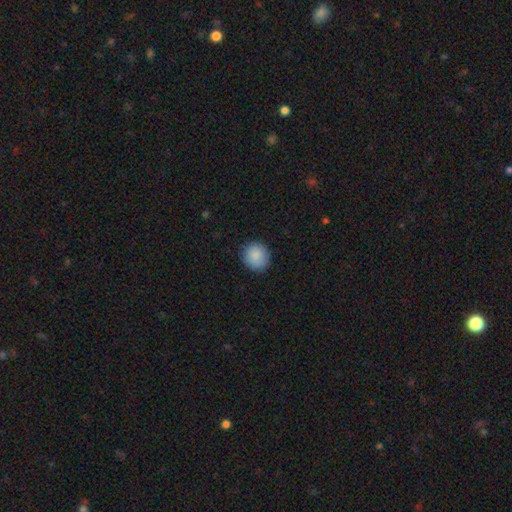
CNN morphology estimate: This appears to be a smooth galaxy with no disk features (88%) that is round (91%). Merging: none (88%).